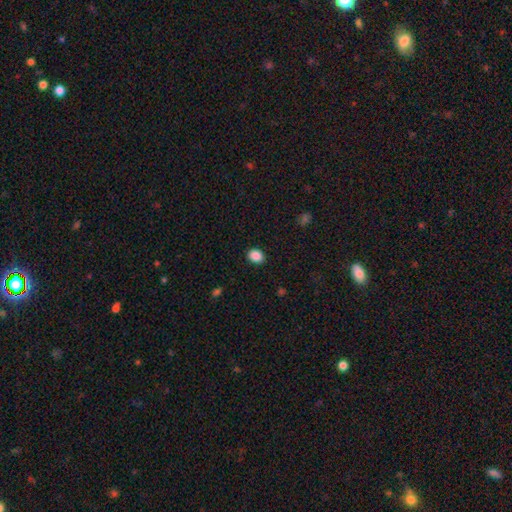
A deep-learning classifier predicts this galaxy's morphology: smooth_or_featured: smooth (p=0.89) [alt: star or artifact p=0.09]
how_rounded: in between (p=0.55) [alt: round p=0.44]
merging: none (p=0.89) [alt: minor disturbance p=0.08]